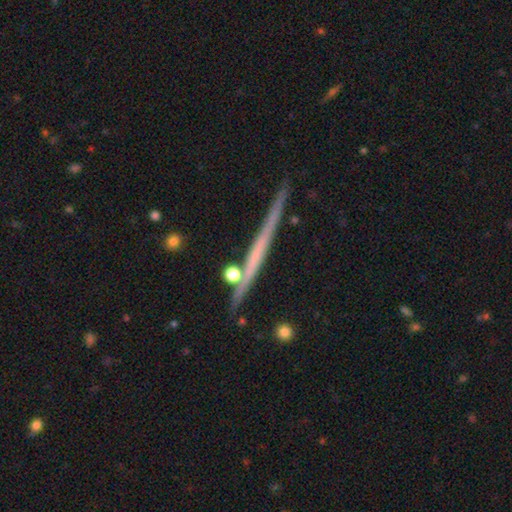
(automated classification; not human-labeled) Smooth or featured? Predicted: featured or disk (p=0.61). Edge-on disk? Predicted: yes (p=0.97). Edge-on bulge? Predicted: none (p=0.89). Merging? Predicted: none (p=0.85).